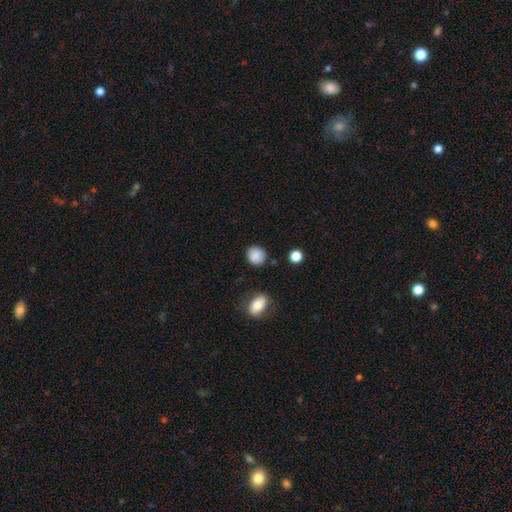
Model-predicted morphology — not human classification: This appears to be a smooth galaxy with no disk features (87%) that is round (85%). Merging: none (84%).